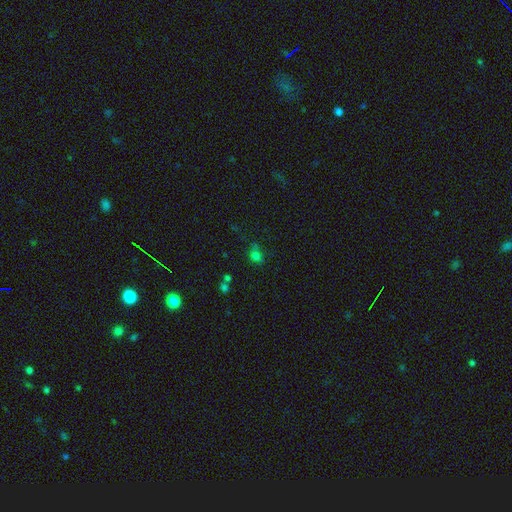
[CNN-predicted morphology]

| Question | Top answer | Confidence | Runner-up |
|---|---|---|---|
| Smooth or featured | smooth | 69% | star or artifact (23%) |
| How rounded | round | 65% | in between (33%) |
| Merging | none | 55% | minor disturbance (23%) |